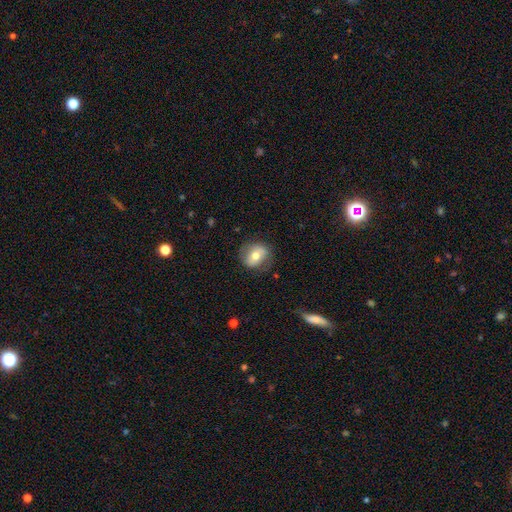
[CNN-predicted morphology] This is possibly a smooth galaxy (58%). How rounded: possibly round (55%). Merging: likely none (75%).